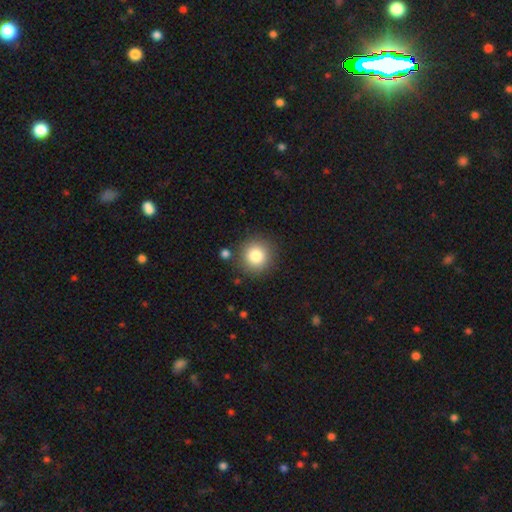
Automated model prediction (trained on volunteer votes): A smooth galaxy with no disk features (82%) that is round (93%).

Vote fractions:
- Smooth or featured? smooth: 82% / star or artifact: 11% / featured or disk: 8%
- How rounded? round: 93% / in between: 6% / cigar-shaped: 1%
- Merging? none: 85% / minor disturbance: 8% / merger: 4% / major disturbance: 3%